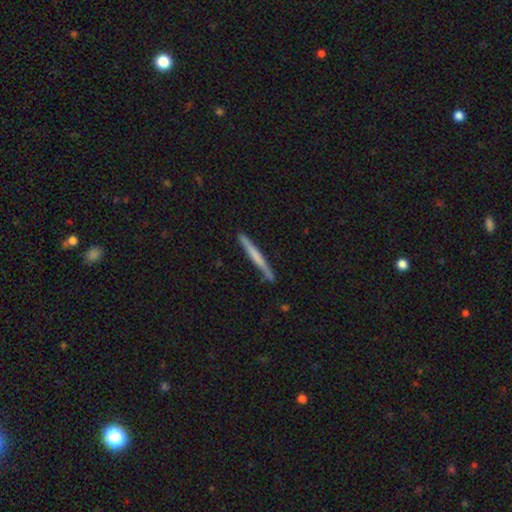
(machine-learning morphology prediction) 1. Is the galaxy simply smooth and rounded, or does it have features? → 51% smooth, 44% featured or disk, 5% star or artifact.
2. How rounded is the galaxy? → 97% cigar-shaped, 2% in between, 1% round.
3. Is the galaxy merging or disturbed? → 87% none, 9% minor disturbance, 2% merger, 2% major disturbance.